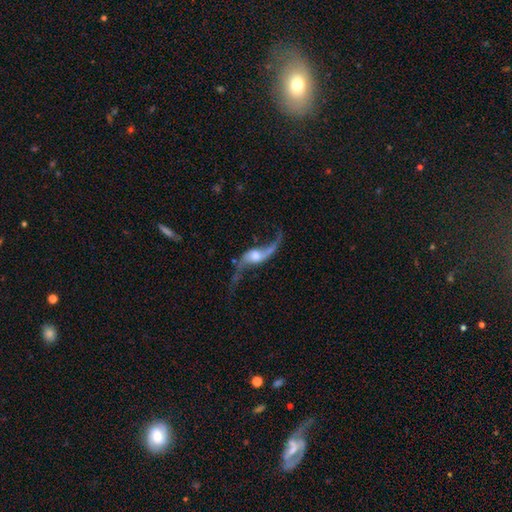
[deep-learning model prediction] smooth-or-featured: featured or disk: 88% | smooth: 6% | star or artifact: 6%
  disk-edge-on: no: 89% | yes: 11%
    bar: no: 49% | weak: 35% | strong: 16%
    has-spiral-arms: yes: 95% | no: 5%
      spiral-winding: loose: 93% | medium: 6% | tight: 2%
      spiral-arm-count: 2: 92% | 1: 3% | can't tell: 2% | 3: 1% | 4: 1% | more than 4: 1%
    bulge-size: moderate: 45% | small: 21% | large: 21% | none: 8% | dominant: 5%
  merging: none: 62% | major disturbance: 18% | minor disturbance: 16% | merger: 4%